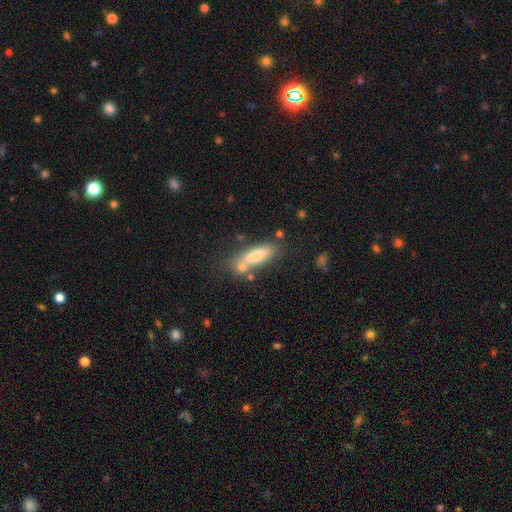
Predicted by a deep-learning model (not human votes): Overall: smooth (70%). How rounded: in between (50%; cigar-shaped 47%). Merging: none (62%).